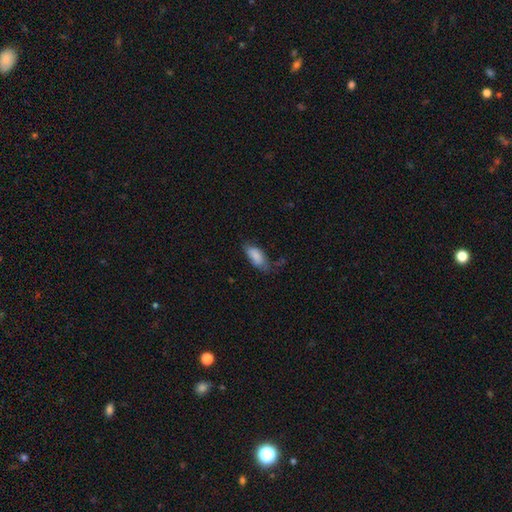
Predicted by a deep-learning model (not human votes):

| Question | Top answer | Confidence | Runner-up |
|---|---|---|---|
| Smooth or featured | smooth | 85% | featured or disk (8%) |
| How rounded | in between | 87% | cigar-shaped (11%) |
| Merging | none | 53% | minor disturbance (33%) |